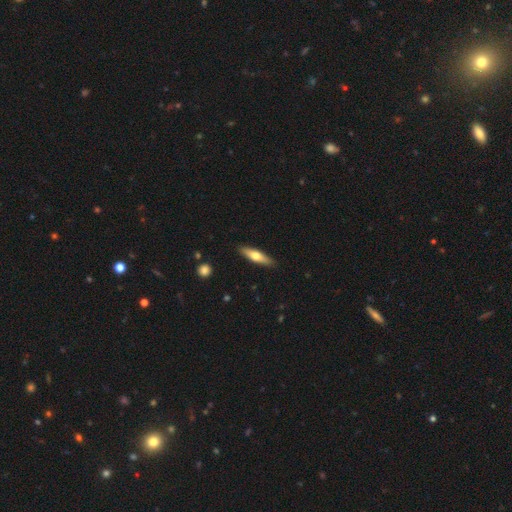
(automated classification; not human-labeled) Morphology: type=smooth (57%); roundness=cigar-shaped (68%); merging=none (89%).